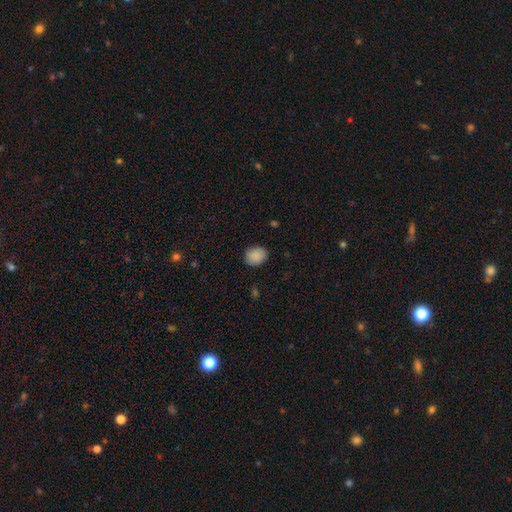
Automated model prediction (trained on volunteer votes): A smooth galaxy with no disk features (89%) that is round (57%). Merging: none (87%).